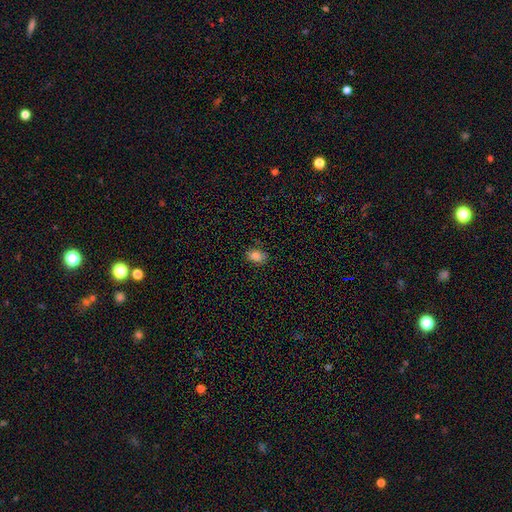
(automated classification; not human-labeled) This appears to be a smooth galaxy with no disk features (84%) that is in between round and cigar-shaped (79%). Merging: none (81%).